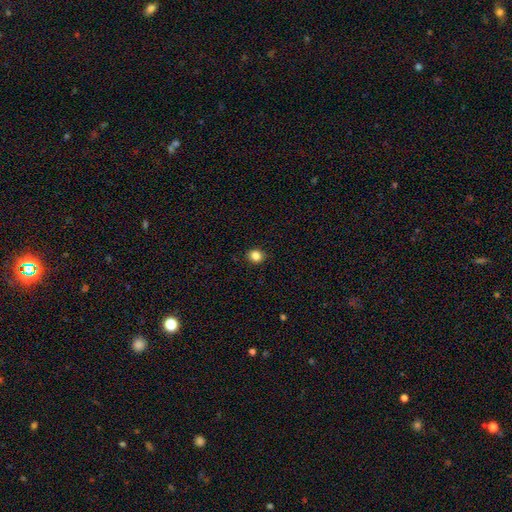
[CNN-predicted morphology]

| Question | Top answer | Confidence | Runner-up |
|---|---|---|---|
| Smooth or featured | smooth | 85% | star or artifact (11%) |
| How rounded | round | 70% | in between (29%) |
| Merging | none | 90% | minor disturbance (7%) |